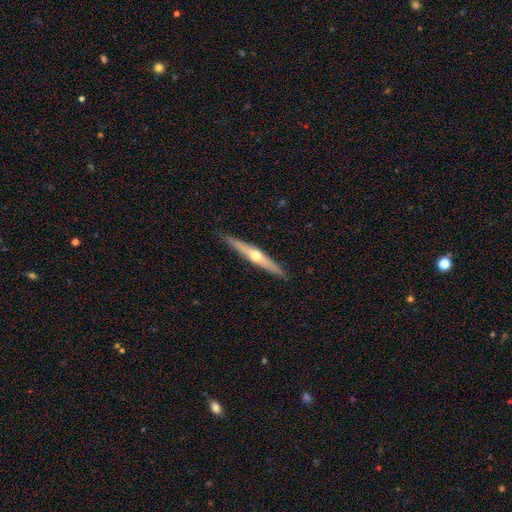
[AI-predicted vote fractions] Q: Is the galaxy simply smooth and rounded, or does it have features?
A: featured or disk — 64%.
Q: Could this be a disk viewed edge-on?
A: yes — 96%.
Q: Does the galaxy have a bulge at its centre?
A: rounded — 89%.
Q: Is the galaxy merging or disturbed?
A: none — 90%.